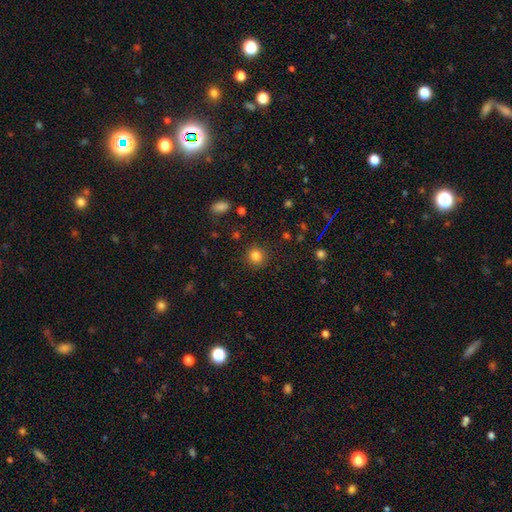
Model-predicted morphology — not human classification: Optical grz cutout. It shows a smooth galaxy with no disk features (82%) that is round (90%). Merging: none (89%).